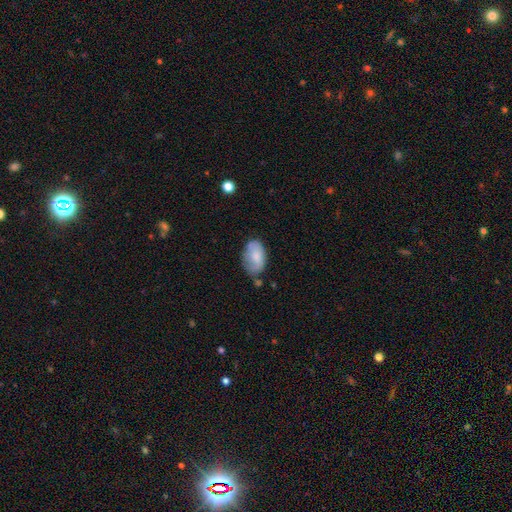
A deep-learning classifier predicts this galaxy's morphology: smooth-or-featured: smooth: 74% | featured or disk: 20% | star or artifact: 6%
  how-rounded: in between: 93% | round: 6% | cigar-shaped: 1%
  merging: none: 56% | minor disturbance: 30% | major disturbance: 8% | merger: 6%